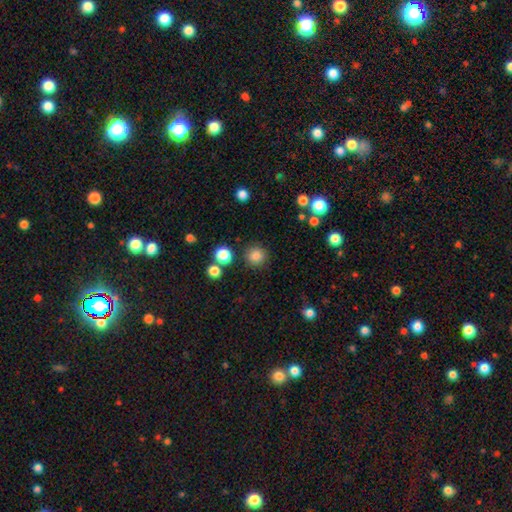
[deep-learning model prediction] smooth-or-featured: smooth: 83% | star or artifact: 12% | featured or disk: 5%
  how-rounded: round: 93% | in between: 6% | cigar-shaped: 1%
  merging: none: 87% | minor disturbance: 7% | merger: 3% | major disturbance: 3%